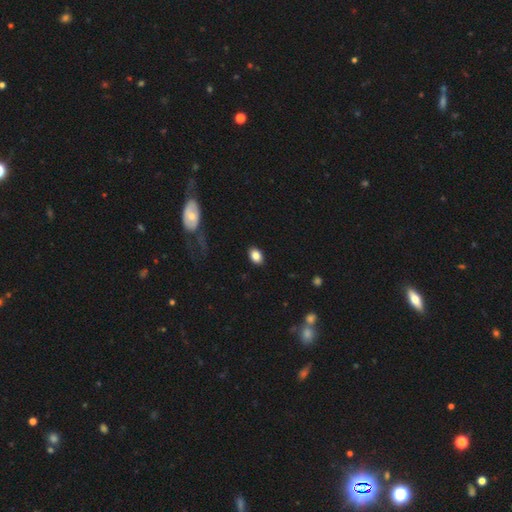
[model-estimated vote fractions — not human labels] Smooth or featured? smooth (84%)
How rounded? in between (83%)
Merging? none (87%)